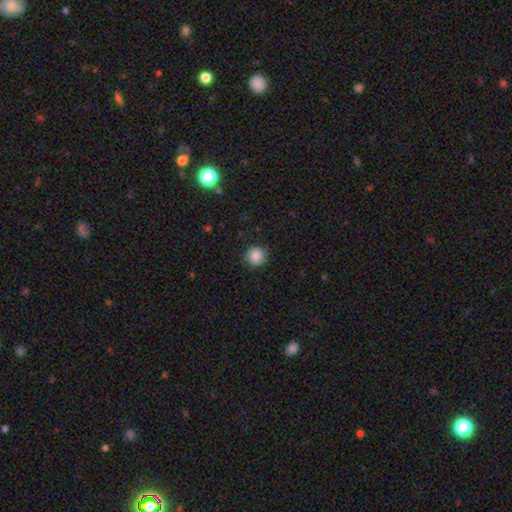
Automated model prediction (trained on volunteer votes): Smooth or featured?
  - smooth: 86% *
  - star or artifact: 9%
  - featured or disk: 5%
How rounded?
  - round: 93% *
  - in between: 6%
  - cigar-shaped: 1%
Merging?
  - none: 88% *
  - minor disturbance: 9%
  - major disturbance: 2%
  - merger: 1%